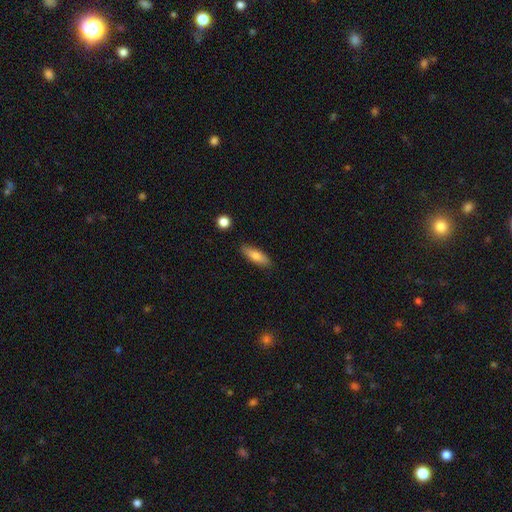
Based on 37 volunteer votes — Volunteers were most divided on "how rounded": cigar-shaped: 61%, in between: 39%, round: 0%. More confident: merging — none (89%); smooth or featured — smooth (76%).